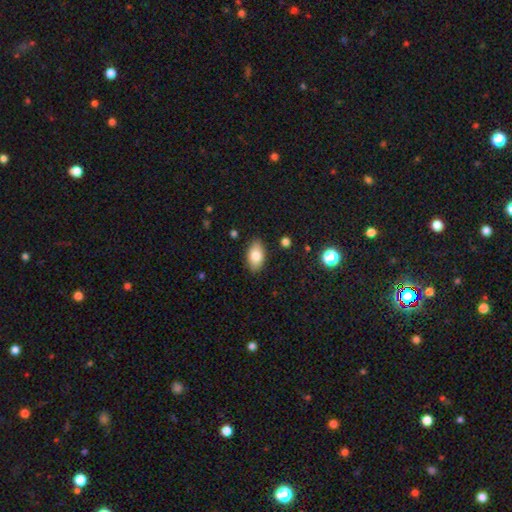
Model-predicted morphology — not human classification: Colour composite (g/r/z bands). It shows a smooth galaxy with no disk features (82%) that is in between round and cigar-shaped (92%). Merging: none (86%).